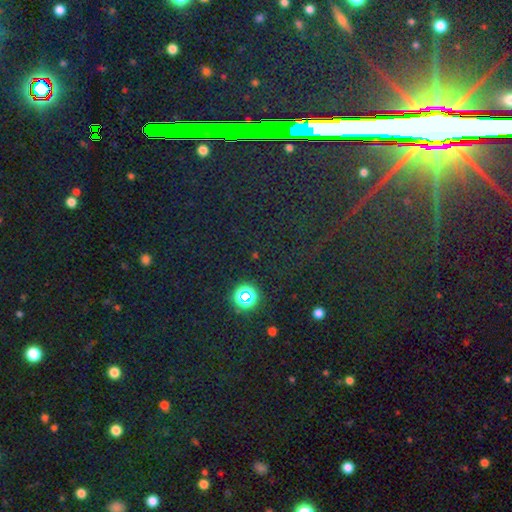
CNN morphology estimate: A star or artifact, not a galaxy (52%).

Vote fractions:
- Smooth or featured? star or artifact: 52% / smooth: 42% / featured or disk: 6%